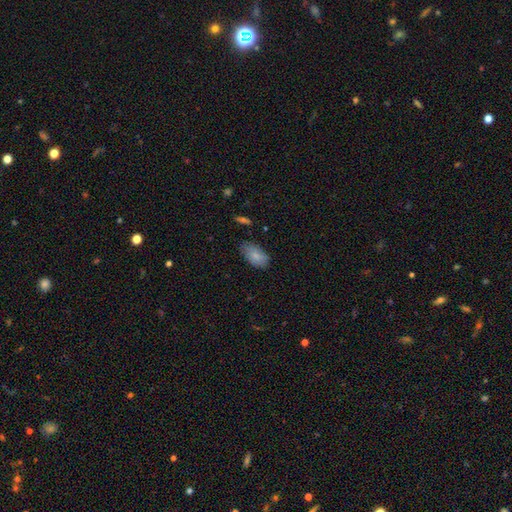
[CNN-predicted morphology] This appears to be a smooth galaxy with no disk features (84%) that is in between round and cigar-shaped (94%). Merging: none (73%).